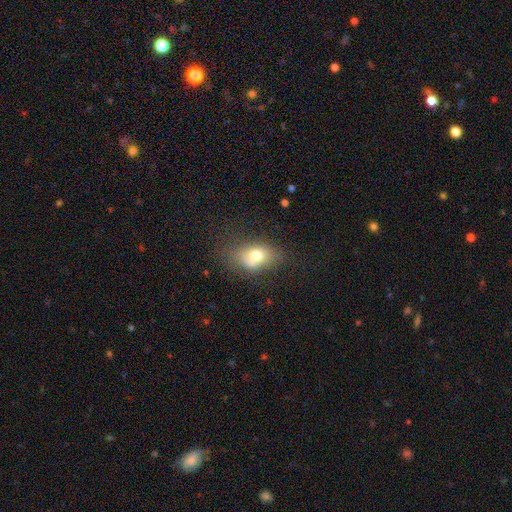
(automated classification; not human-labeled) Q: Smooth or featured?
A: smooth (70%); runner-up: featured or disk (19%)
Q: How rounded?
A: in between (74%); runner-up: round (25%)
Q: Merging?
A: none (49%); runner-up: minor disturbance (25%)